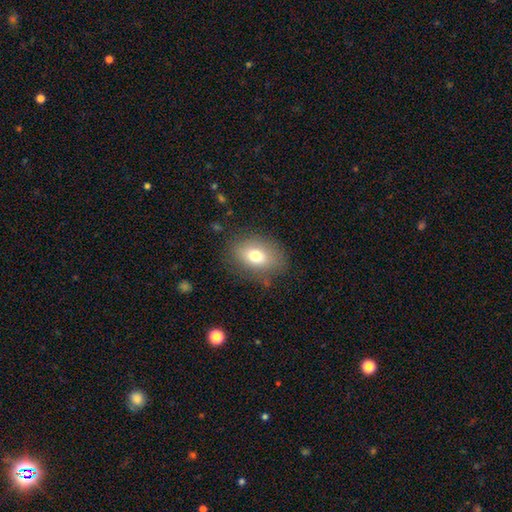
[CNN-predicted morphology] Smooth or featured?
  - smooth: 74% *
  - featured or disk: 15%
  - star or artifact: 10%
How rounded?
  - in between: 74% *
  - round: 25%
  - cigar-shaped: 2%
Merging?
  - none: 78% *
  - minor disturbance: 15%
  - major disturbance: 5%
  - merger: 1%